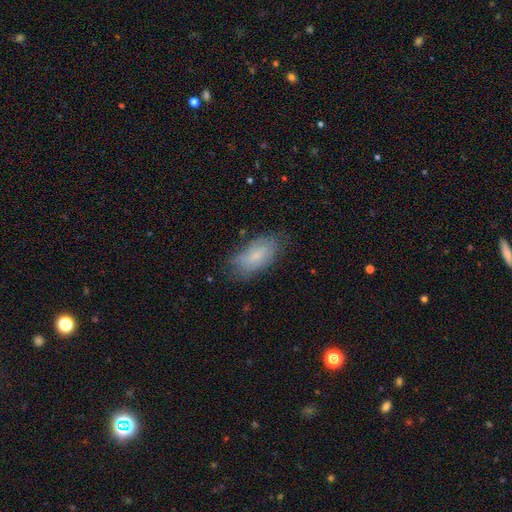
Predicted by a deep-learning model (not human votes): Smooth or featured: smooth — 71% (featured or disk — 21%)
How rounded: in between — 90% (cigar-shaped — 7%)
Merging: none — 66% (minor disturbance — 25%)